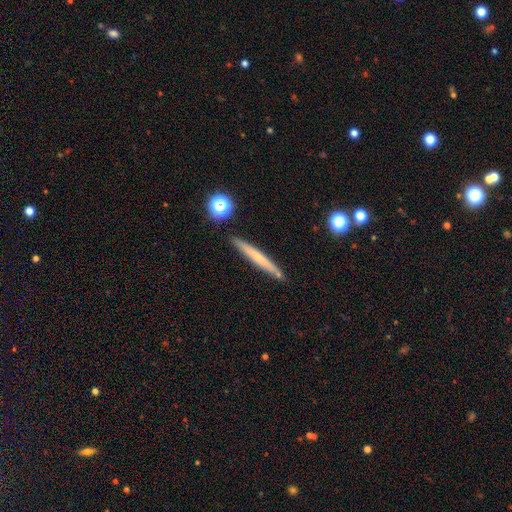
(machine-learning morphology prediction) This is possibly a smooth galaxy (51%). How rounded: clearly cigar-shaped (96%). Merging: clearly none (88%).